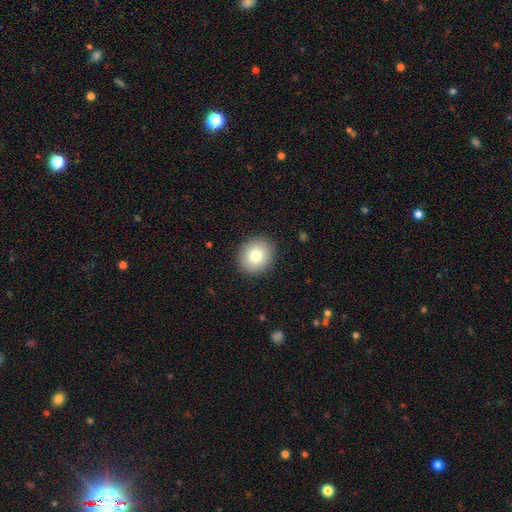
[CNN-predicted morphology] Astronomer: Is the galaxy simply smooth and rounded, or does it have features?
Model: smooth — 79%.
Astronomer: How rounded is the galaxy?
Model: round — 77%.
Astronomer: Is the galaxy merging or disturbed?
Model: none — 89%.